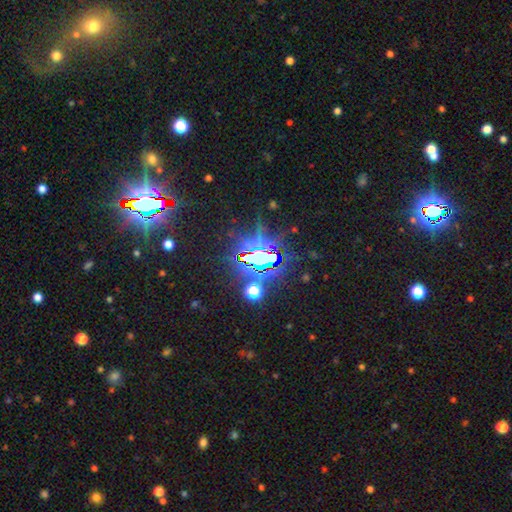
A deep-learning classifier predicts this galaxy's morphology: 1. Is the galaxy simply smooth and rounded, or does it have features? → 82% star or artifact, 9% smooth, 9% featured or disk.